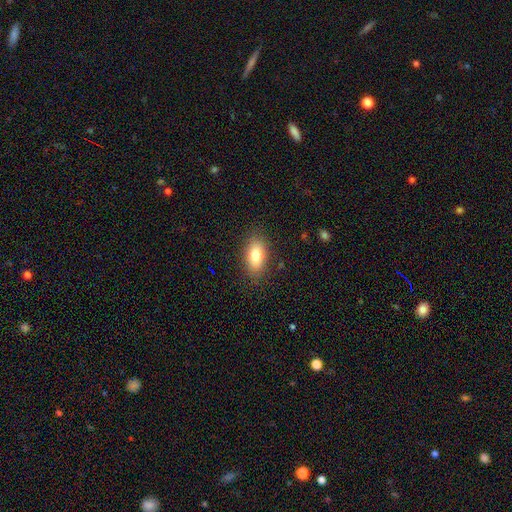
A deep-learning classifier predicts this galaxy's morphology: Smooth or featured? smooth (81%)
How rounded? in between (89%)
Merging? none (86%)